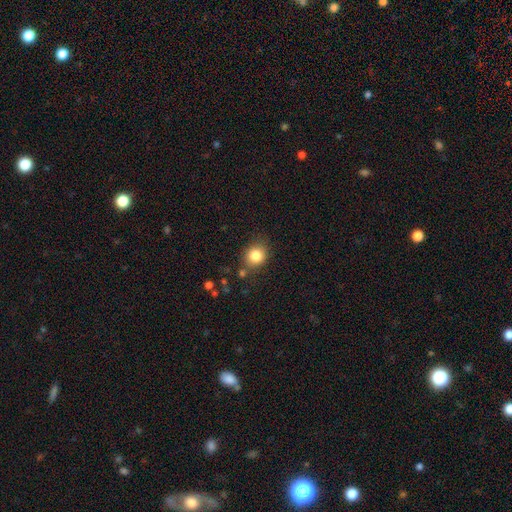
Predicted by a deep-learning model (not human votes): The model was most divided on "how rounded": round: 74%, in between: 25%, cigar-shaped: 1%. More confident: smooth or featured — smooth (83%); merging — none (78%).